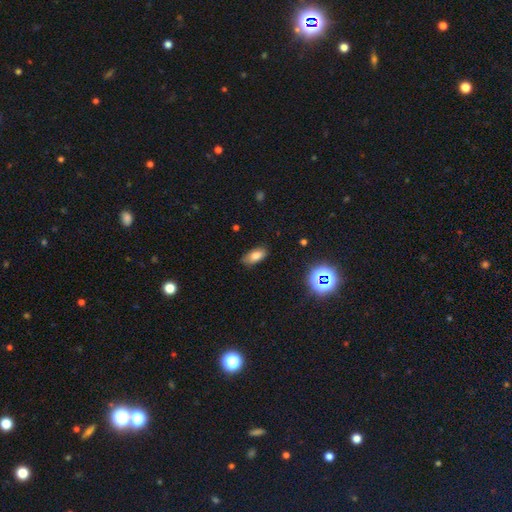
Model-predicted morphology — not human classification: Smooth or featured? smooth (78%)
How rounded? in between (89%)
Merging? none (79%)